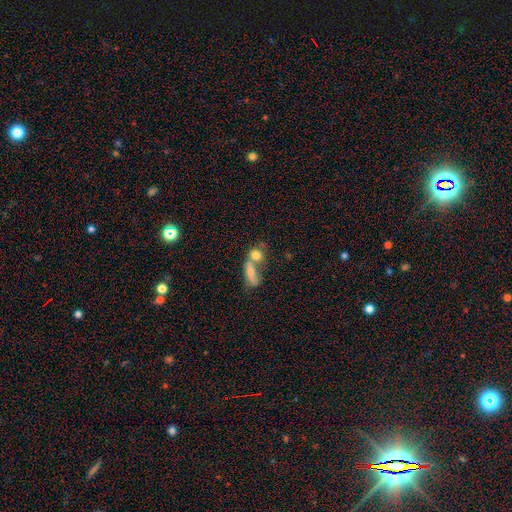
Q: Smooth or featured?
A: smooth (72%); runner-up: featured or disk (18%)
Q: How rounded?
A: round (62%); runner-up: in between (24%)
Q: Merging?
A: merger (61%); runner-up: none (28%)